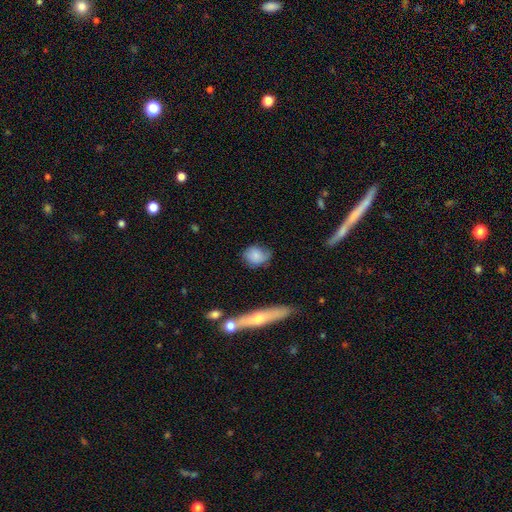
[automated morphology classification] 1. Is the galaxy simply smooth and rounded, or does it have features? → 74% smooth, 19% featured or disk, 8% star or artifact.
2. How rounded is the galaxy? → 63% round, 34% in between, 3% cigar-shaped.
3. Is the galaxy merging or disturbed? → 62% none, 28% minor disturbance, 8% major disturbance, 3% merger.